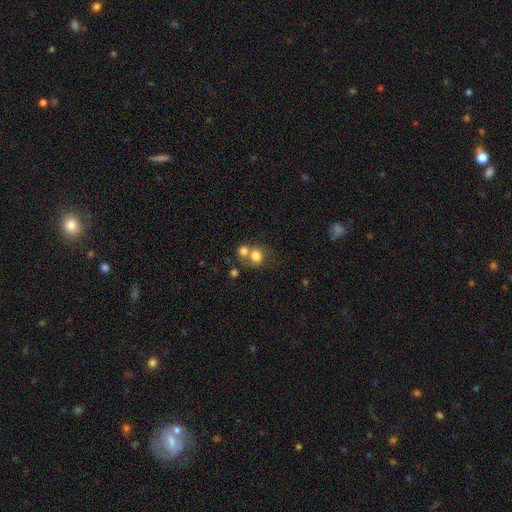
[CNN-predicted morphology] This appears to be a smooth galaxy with no disk features (77%) that is round (74%). Merging: merger (49%).